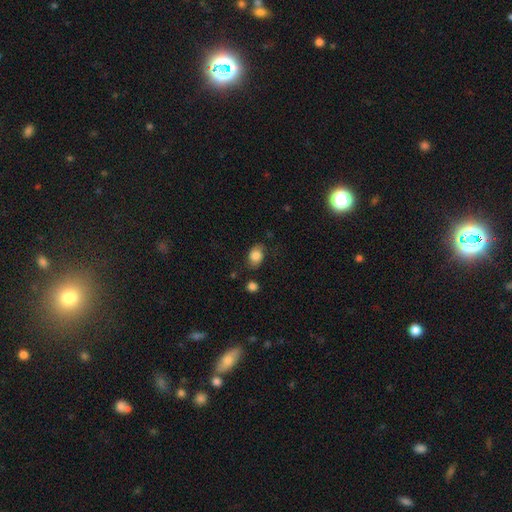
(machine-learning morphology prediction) smooth-or-featured: smooth: 82% | featured or disk: 10% | star or artifact: 8%
  how-rounded: in between: 76% | round: 22% | cigar-shaped: 1%
  merging: none: 73% | minor disturbance: 18% | major disturbance: 5% | merger: 3%